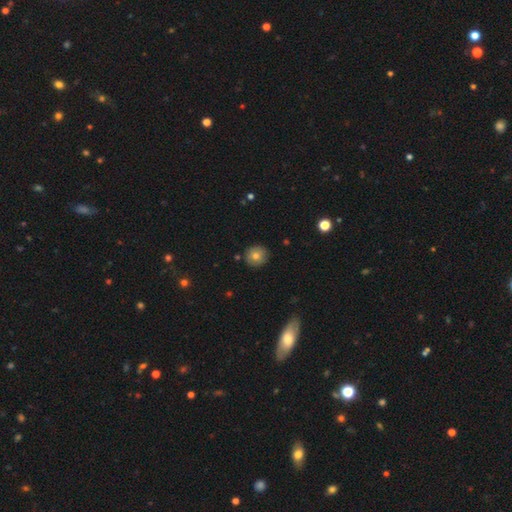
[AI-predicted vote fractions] smooth_or_featured: smooth (p=0.76) [alt: featured or disk p=0.13]
how_rounded: round (p=0.92) [alt: in between p=0.07]
merging: none (p=0.89) [alt: minor disturbance p=0.08]